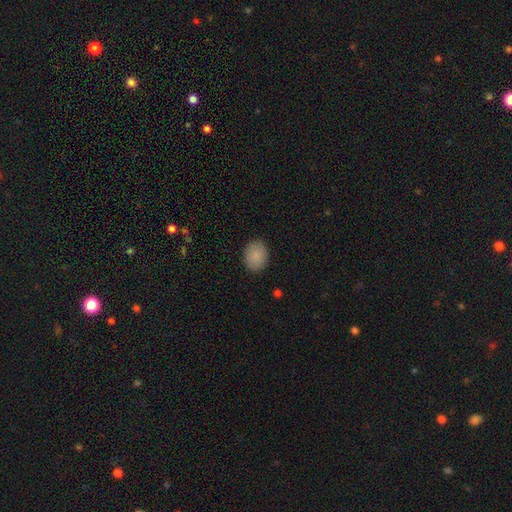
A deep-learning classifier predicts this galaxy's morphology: Q: Smooth or featured?
A: smooth (88%); runner-up: star or artifact (7%)
Q: How rounded?
A: round (51%); runner-up: in between (48%)
Q: Merging?
A: none (88%); runner-up: minor disturbance (9%)